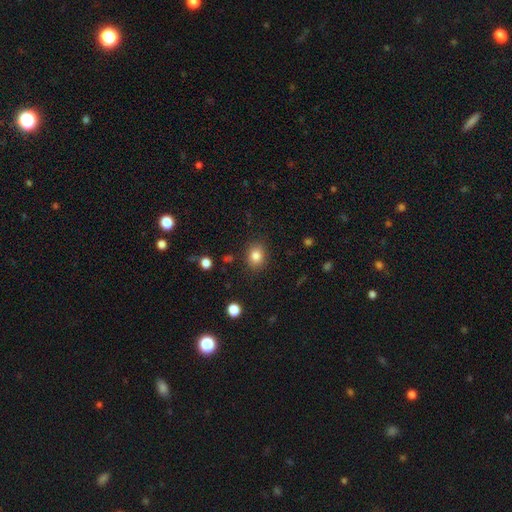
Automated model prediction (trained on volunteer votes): Overall: smooth (83%). How rounded: round (59%; in between 40%). Merging: none (86%).